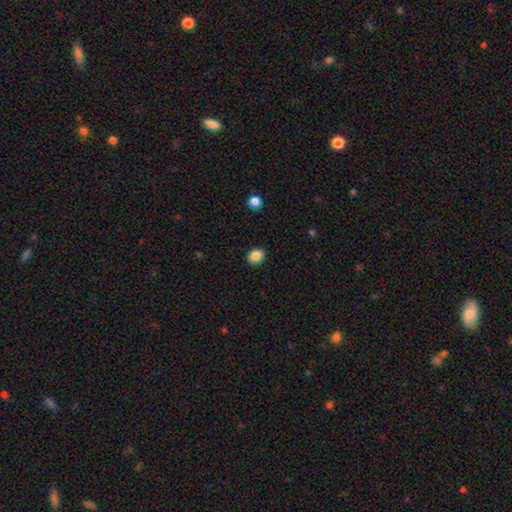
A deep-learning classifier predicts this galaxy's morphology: Smooth or featured? Predicted: smooth (p=0.88). How rounded? Predicted: in between (p=0.56). Merging? Predicted: none (p=0.90).